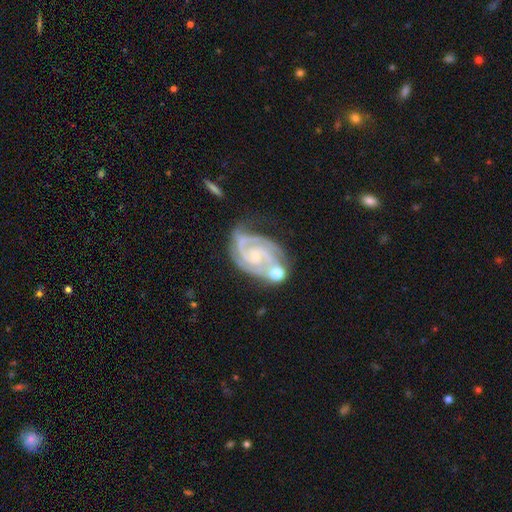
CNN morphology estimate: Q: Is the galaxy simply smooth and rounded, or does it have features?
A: featured or disk — 90%.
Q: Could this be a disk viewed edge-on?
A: no — 98%.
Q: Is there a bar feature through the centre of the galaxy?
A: no — 61%.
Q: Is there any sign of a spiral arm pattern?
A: yes — 98%.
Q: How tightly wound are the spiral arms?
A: tight — 66%.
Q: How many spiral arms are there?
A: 3 — 41%.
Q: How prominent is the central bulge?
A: small — 73%.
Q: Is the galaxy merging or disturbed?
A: none — 52%.